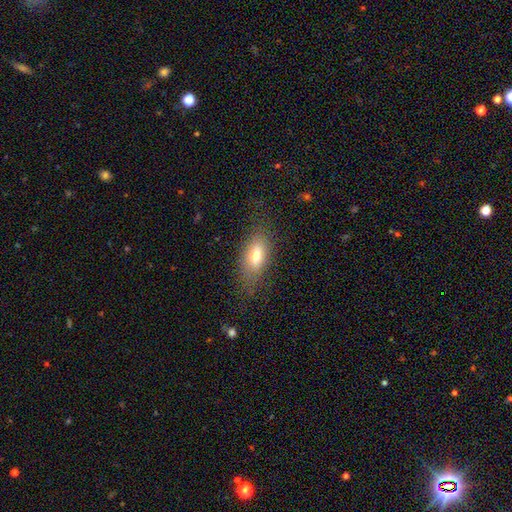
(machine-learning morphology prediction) This is likely a smooth galaxy (71%). How rounded: clearly in between (82%). Merging: likely none (73%).